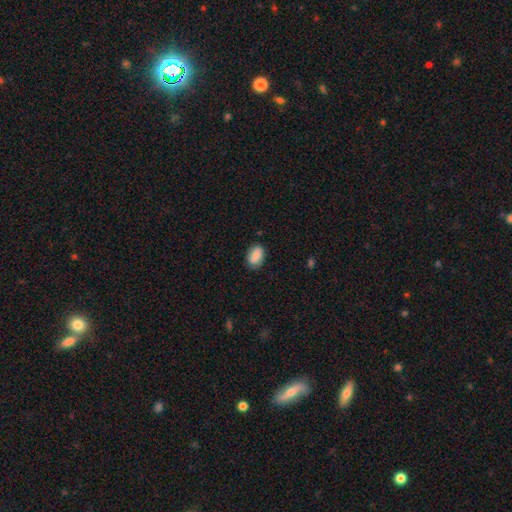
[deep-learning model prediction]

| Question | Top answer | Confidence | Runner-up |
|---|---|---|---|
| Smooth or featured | smooth | 85% | featured or disk (8%) |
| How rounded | in between | 87% | round (12%) |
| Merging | none | 78% | minor disturbance (17%) |